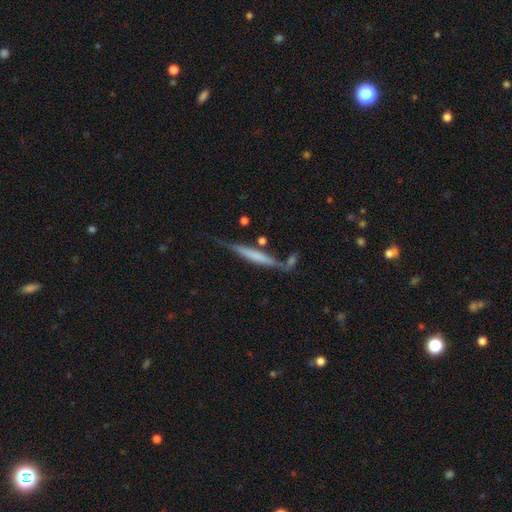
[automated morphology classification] Smooth or featured? featured or disk (49%)
Merging? none (60%)